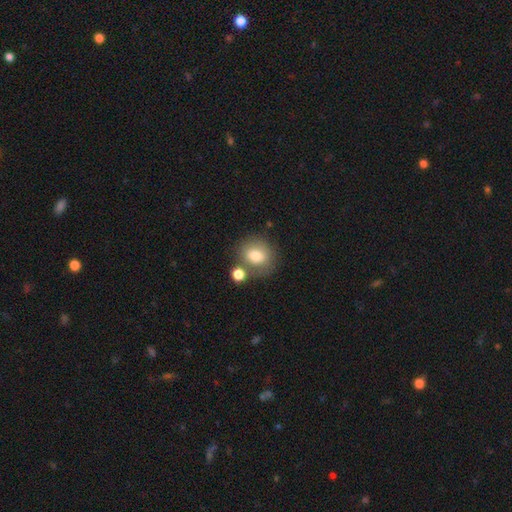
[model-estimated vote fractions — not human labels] smooth 77%, featured or disk 14%, star or artifact 10%. Down the decision tree: how rounded — round (73%); merging — none (61%).